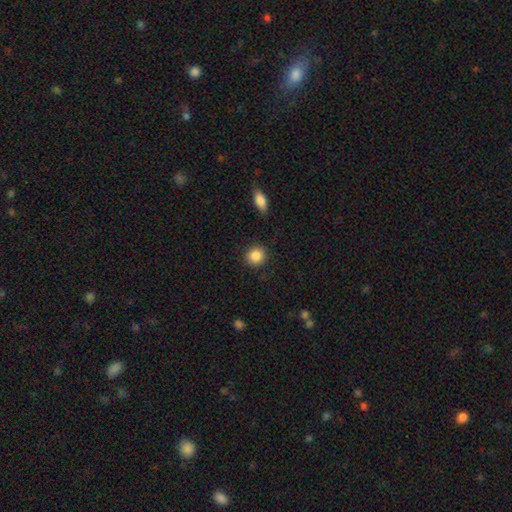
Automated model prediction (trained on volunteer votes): Morphology: type=smooth (88%); roundness=round (89%); merging=none (89%).